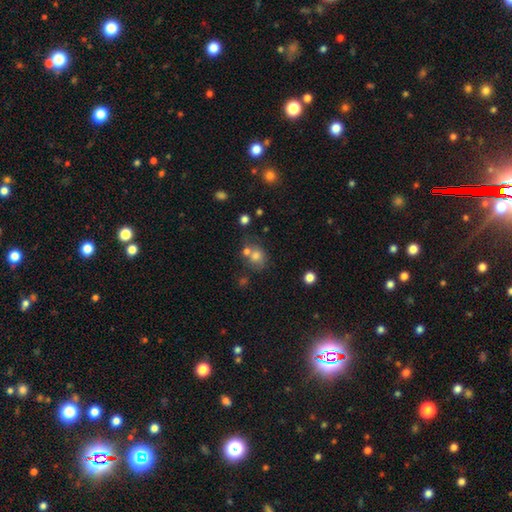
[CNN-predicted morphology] The model was most divided on "merging": none: 45%, merger: 34%, minor disturbance: 14%, major disturbance: 7%. More confident: smooth or featured — smooth (73%); how rounded — round (62%).